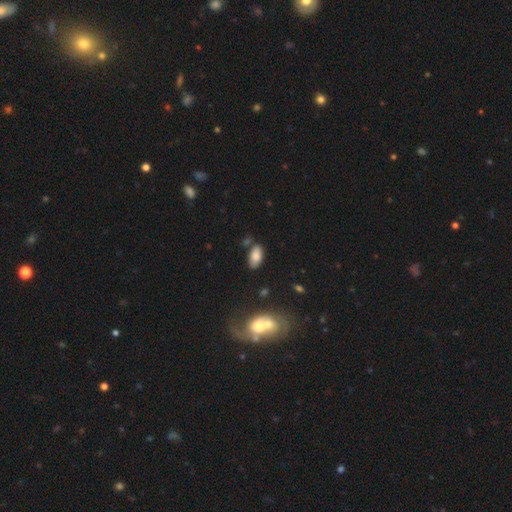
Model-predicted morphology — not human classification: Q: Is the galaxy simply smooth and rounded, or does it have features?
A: smooth — 82%.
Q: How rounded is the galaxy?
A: in between — 93%.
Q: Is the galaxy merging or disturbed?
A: none — 69%.